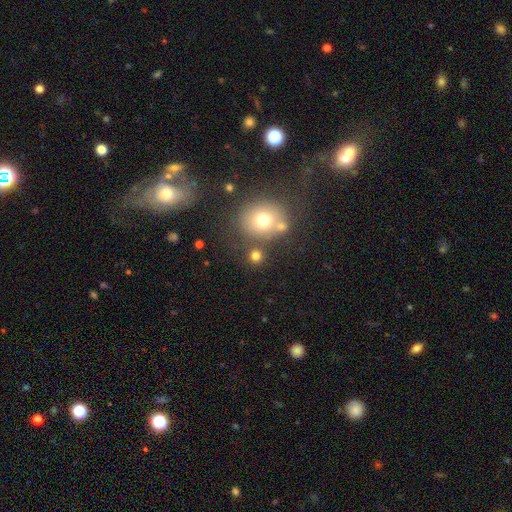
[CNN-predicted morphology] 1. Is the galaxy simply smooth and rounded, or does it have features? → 76% smooth, 15% star or artifact, 9% featured or disk.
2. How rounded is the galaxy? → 87% round, 12% in between, 1% cigar-shaped.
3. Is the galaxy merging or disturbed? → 72% none, 15% merger, 9% minor disturbance, 5% major disturbance.